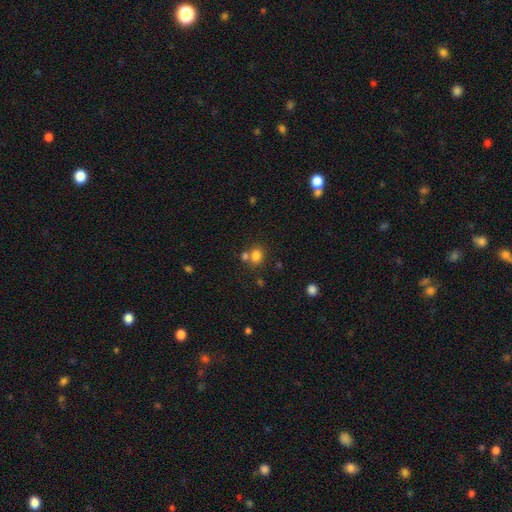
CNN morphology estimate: type=smooth (79%); roundness=round (64%); merging=none (55%).